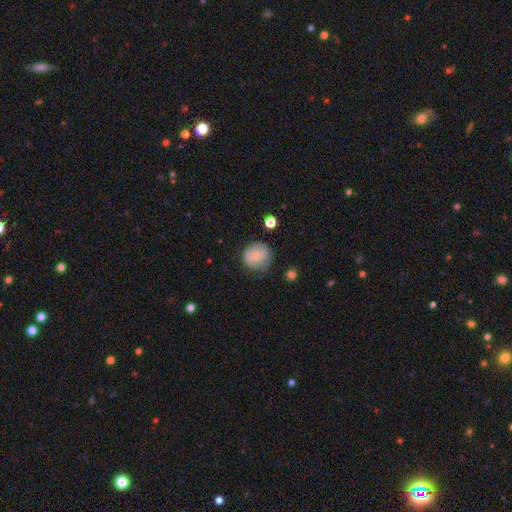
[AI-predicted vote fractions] This appears to be a smooth galaxy with no disk features (68%) that is round (86%). Merging: none (62%).